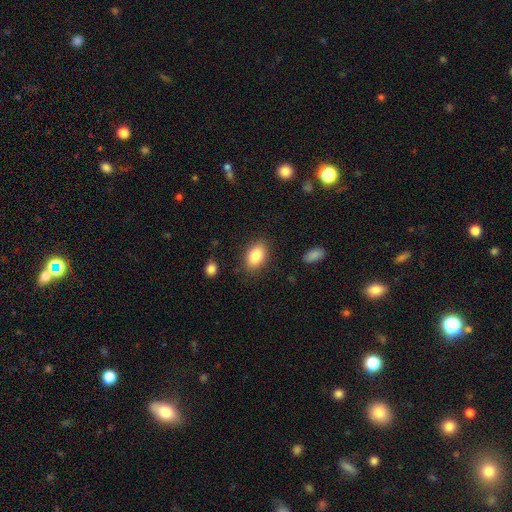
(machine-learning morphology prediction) Smooth or featured: smooth — 85% (featured or disk — 8%)
How rounded: in between — 88% (round — 10%)
Merging: none — 84% (minor disturbance — 11%)